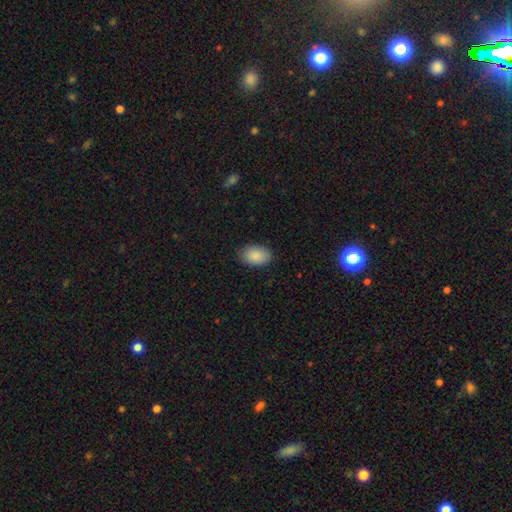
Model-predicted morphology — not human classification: smooth-or-featured: smooth: 89% | star or artifact: 7% | featured or disk: 4%
  how-rounded: in between: 91% | round: 8% | cigar-shaped: 1%
  merging: none: 86% | minor disturbance: 11% | major disturbance: 2% | merger: 1%